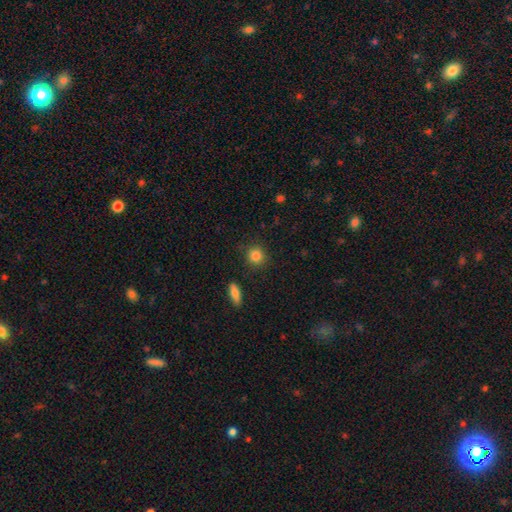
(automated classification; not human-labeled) A smooth galaxy with no disk features (85%) that is round (89%).

Vote fractions:
- Smooth or featured? smooth: 85% / star or artifact: 10% / featured or disk: 5%
- How rounded? round: 89% / in between: 9% / cigar-shaped: 1%
- Merging? none: 87% / minor disturbance: 8% / major disturbance: 3% / merger: 2%